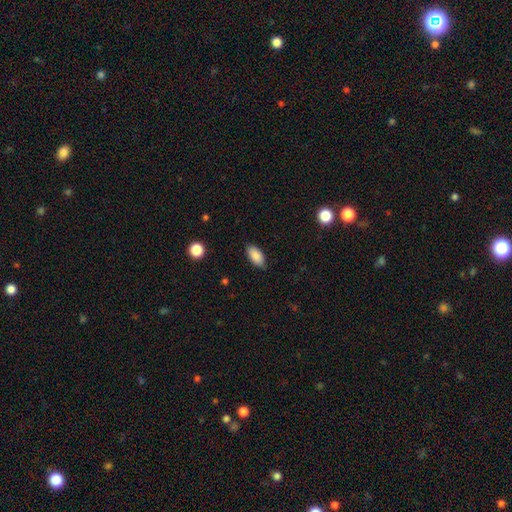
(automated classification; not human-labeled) This is clearly a smooth galaxy (88%). How rounded: clearly in between (93%). Merging: clearly none (85%).